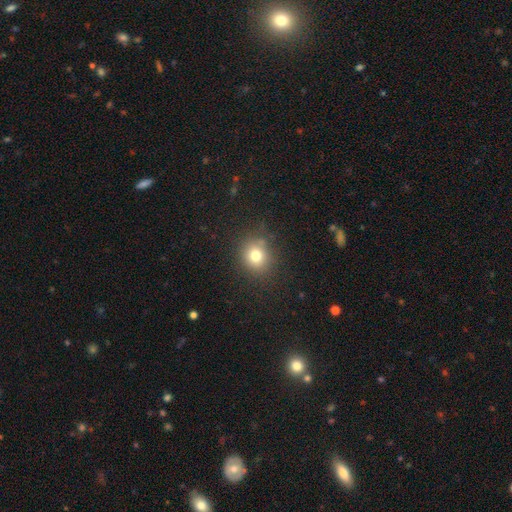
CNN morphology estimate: type=smooth (76%); roundness=round (80%); merging=none (84%).